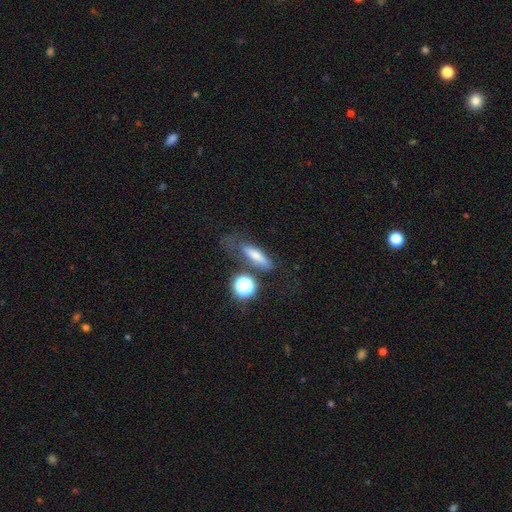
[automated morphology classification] Overall: smooth (69%). How rounded: cigar-shaped (51%; in between 37%). Merging: none (55%; minor disturbance 22%).